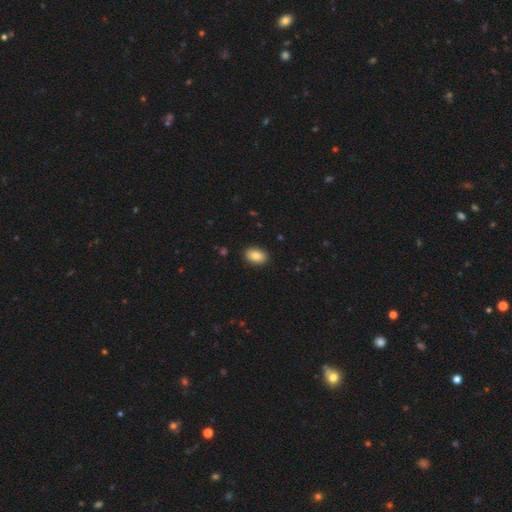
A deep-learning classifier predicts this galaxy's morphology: Smooth or featured? smooth (83%)
How rounded? in between (83%)
Merging? none (90%)